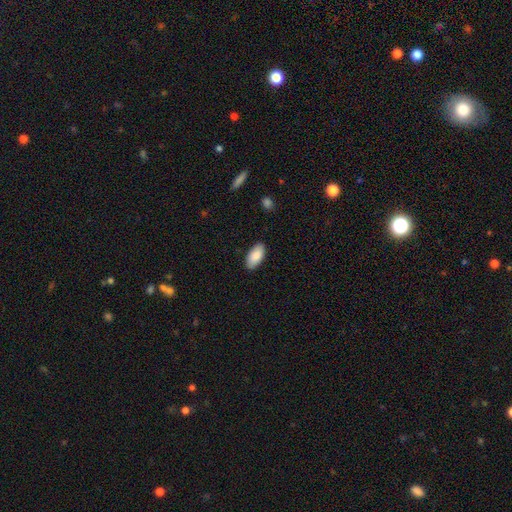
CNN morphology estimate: smooth 88%, star or artifact 6%, featured or disk 6%. Down the decision tree: how rounded — in between (93%); merging — none (88%).